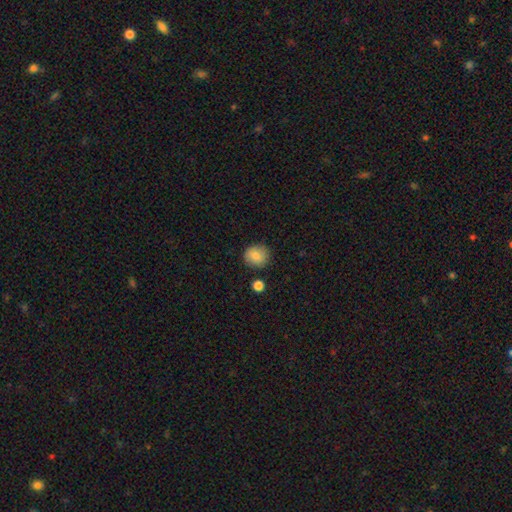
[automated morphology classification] A smooth galaxy with no disk features (84%) that is round (84%). Merging: none (85%).